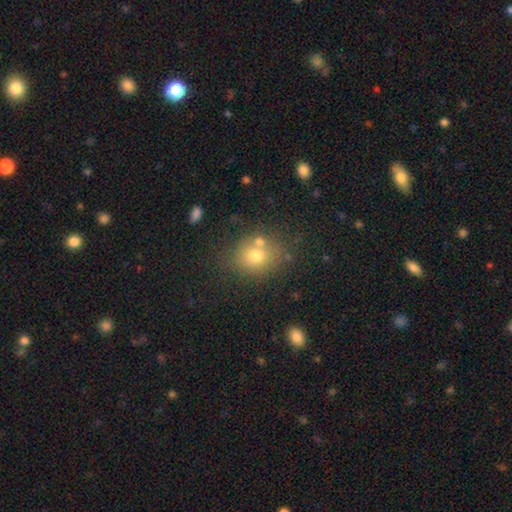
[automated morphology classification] smooth-or-featured: smooth: 71% | featured or disk: 15% | star or artifact: 14%
  how-rounded: round: 64% | in between: 35% | cigar-shaped: 1%
  merging: none: 62% | merger: 19% | minor disturbance: 14% | major disturbance: 5%